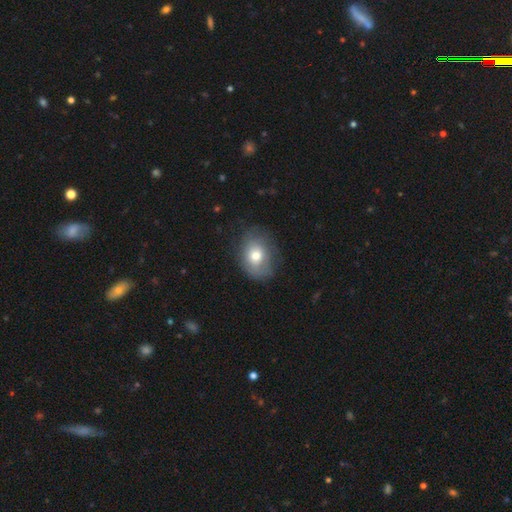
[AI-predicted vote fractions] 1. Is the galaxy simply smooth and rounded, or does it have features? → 69% smooth, 22% featured or disk, 9% star or artifact.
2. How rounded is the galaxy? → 60% in between, 39% round, 1% cigar-shaped.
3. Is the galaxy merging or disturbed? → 69% none, 22% minor disturbance, 8% major disturbance, 1% merger.